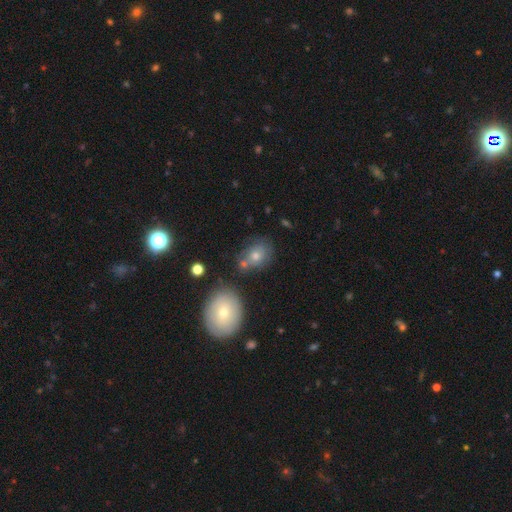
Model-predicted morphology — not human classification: smooth 62%, featured or disk 21%, star or artifact 17%. Down the decision tree: how rounded — in between (50%); merging — none (65%).